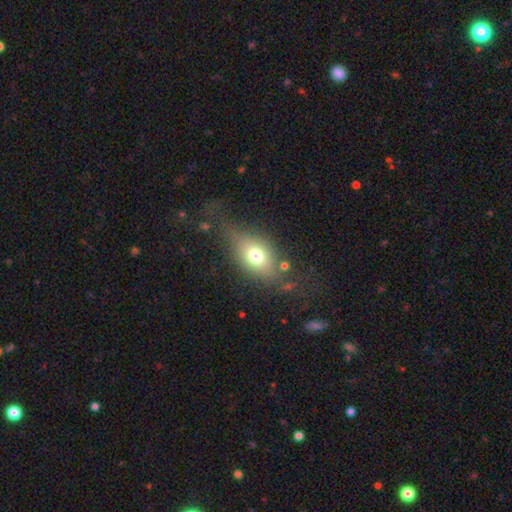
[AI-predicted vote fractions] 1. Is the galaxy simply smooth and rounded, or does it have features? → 63% smooth, 26% featured or disk, 11% star or artifact.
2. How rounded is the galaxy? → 70% in between, 22% round, 8% cigar-shaped.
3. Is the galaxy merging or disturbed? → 57% none, 23% minor disturbance, 16% major disturbance, 4% merger.